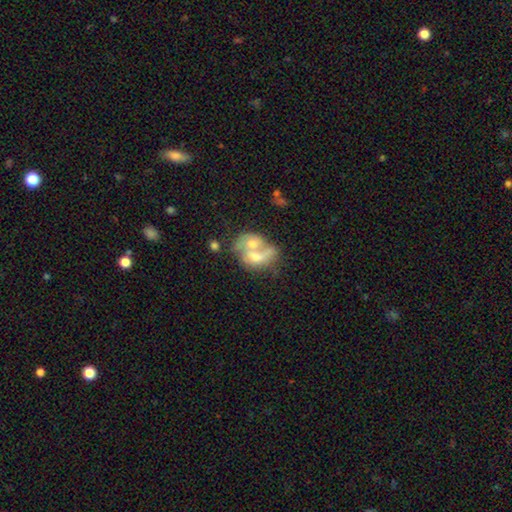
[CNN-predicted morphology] featured or disk 46%, smooth 45%, star or artifact 9%. Down the decision tree: merging — merger (71%).